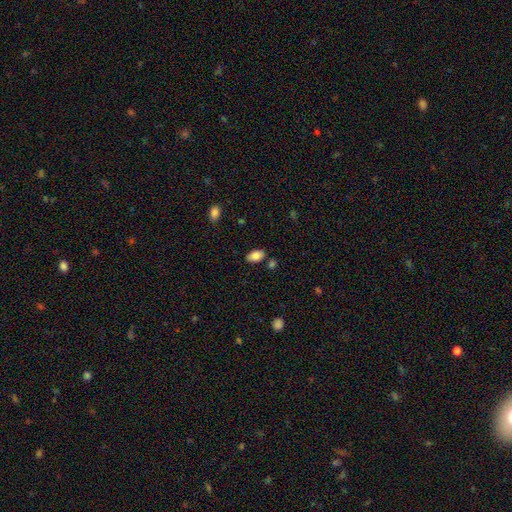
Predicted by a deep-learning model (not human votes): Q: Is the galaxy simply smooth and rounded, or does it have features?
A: smooth — 84%.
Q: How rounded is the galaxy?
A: in between — 93%.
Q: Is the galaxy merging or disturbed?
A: none — 81%.